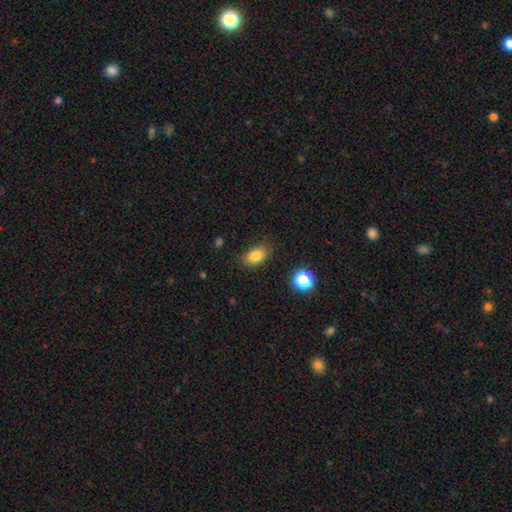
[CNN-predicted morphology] smooth-or-featured: smooth: 83% | star or artifact: 10% | featured or disk: 7%
  how-rounded: in between: 88% | round: 10% | cigar-shaped: 2%
  merging: none: 82% | minor disturbance: 13% | major disturbance: 3% | merger: 2%